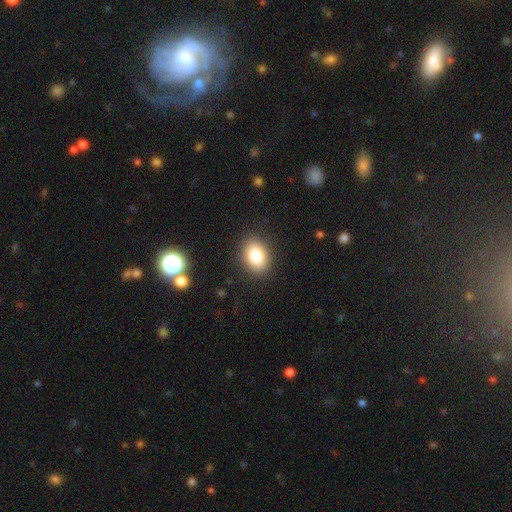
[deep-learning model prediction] smooth 82%, star or artifact 9%, featured or disk 8%. Down the decision tree: how rounded — in between (72%); merging — none (88%).